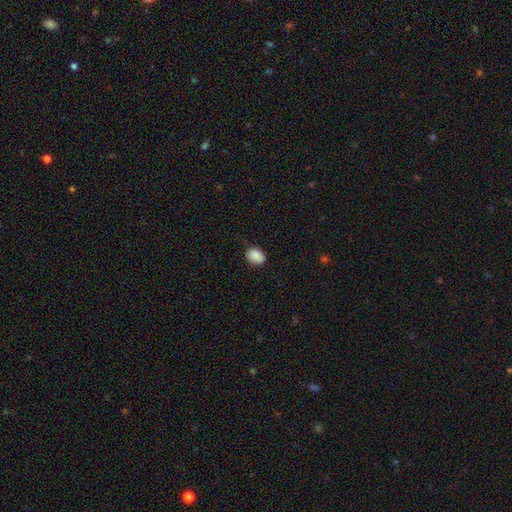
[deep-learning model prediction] Morphology: type=smooth (89%); roundness=in between (71%); merging=none (84%).